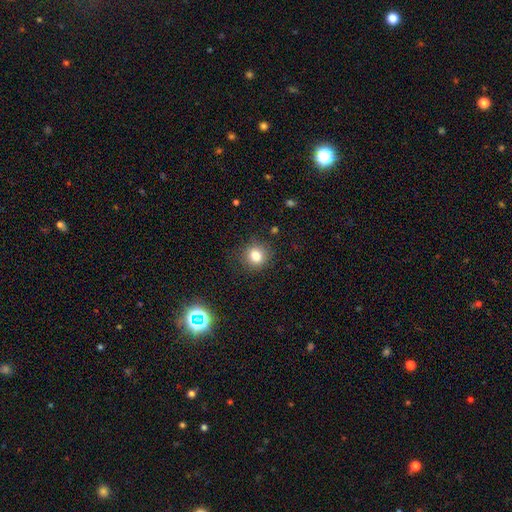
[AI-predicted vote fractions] Smooth or featured? Predicted: smooth (p=0.80). How rounded? Predicted: round (p=0.86). Merging? Predicted: none (p=0.87).